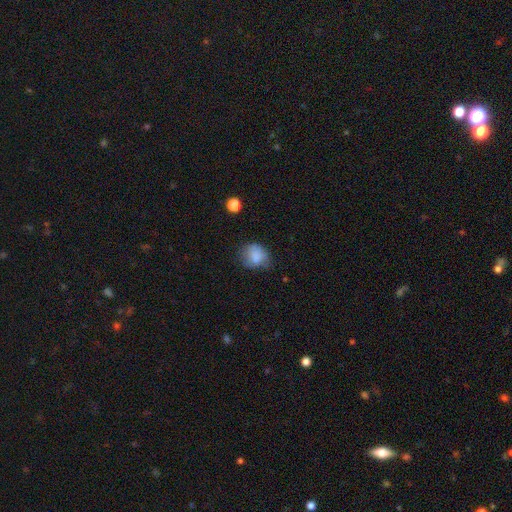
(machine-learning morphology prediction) Smooth or featured: smooth — 81% (featured or disk — 10%)
How rounded: round — 60% (in between — 39%)
Merging: none — 56% (minor disturbance — 31%)